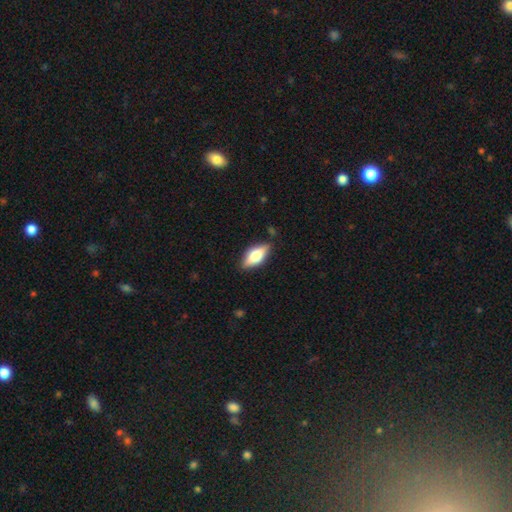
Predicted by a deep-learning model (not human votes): smooth_or_featured: smooth (p=0.56) [alt: featured or disk p=0.37]
how_rounded: in between (p=0.77) [alt: cigar-shaped p=0.20]
merging: none (p=0.83) [alt: minor disturbance p=0.13]